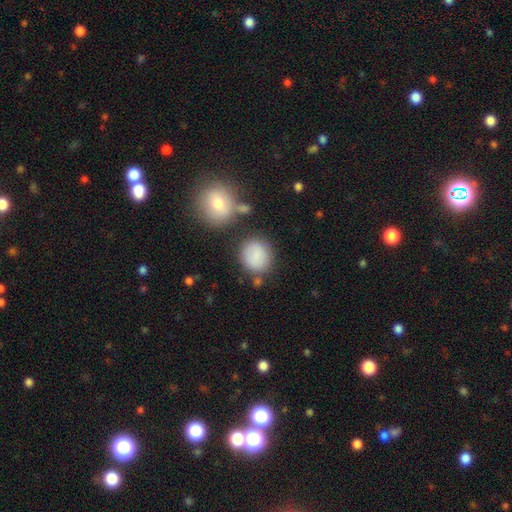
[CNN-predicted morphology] smooth 84%, featured or disk 8%, star or artifact 8%. Down the decision tree: how rounded — round (81%); merging — none (73%).